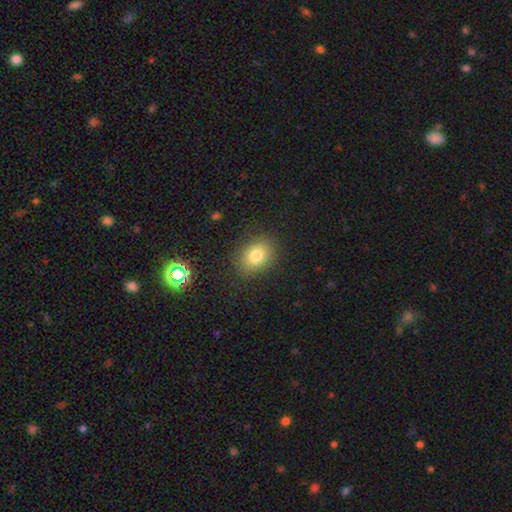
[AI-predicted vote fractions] Smooth or featured? Predicted: smooth (p=0.77). How rounded? Predicted: in between (p=0.60). Merging? Predicted: none (p=0.85).